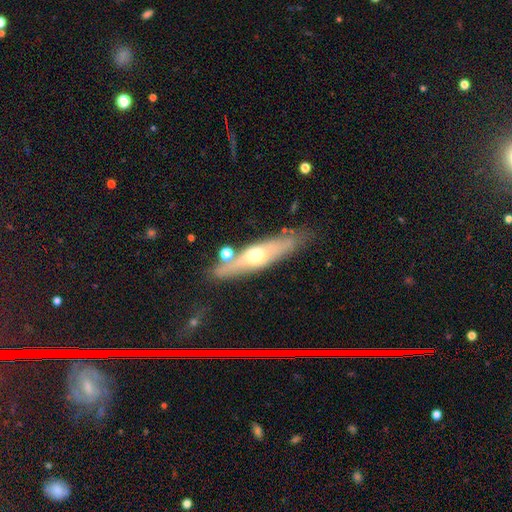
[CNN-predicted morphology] Smooth or featured?
  - featured or disk: 53% *
  - smooth: 41%
  - star or artifact: 6%
Edge-on disk?
  - yes: 73% *
  - no: 27%
Merging?
  - none: 74% *
  - minor disturbance: 15%
  - merger: 7%
  - major disturbance: 4%